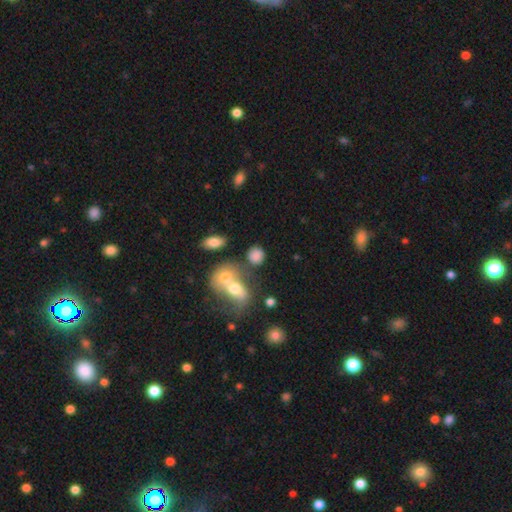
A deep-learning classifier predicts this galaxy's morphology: Smooth or featured: smooth — 78% (star or artifact — 11%)
How rounded: round — 71% (in between — 27%)
Merging: none — 50% (merger — 30%)